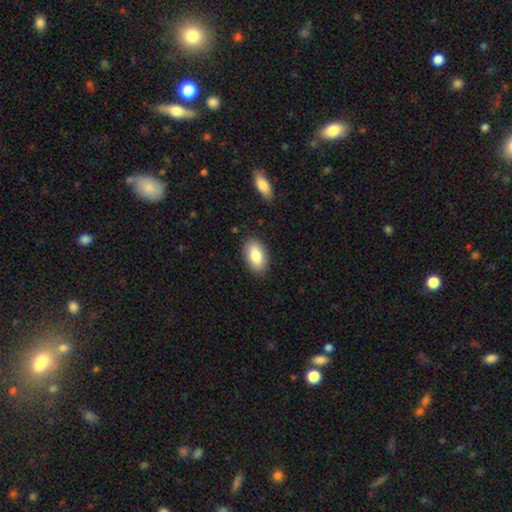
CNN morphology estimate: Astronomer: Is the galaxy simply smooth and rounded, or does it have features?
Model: smooth — 85%.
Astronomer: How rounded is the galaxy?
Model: in between — 93%.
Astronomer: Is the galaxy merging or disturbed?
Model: none — 86%.